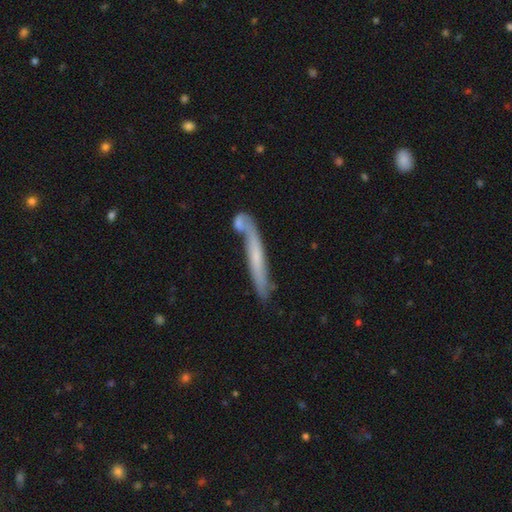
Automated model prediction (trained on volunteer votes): Morphology: type=featured or disk (50%); edge-on=yes (80%); merging=none (55%).